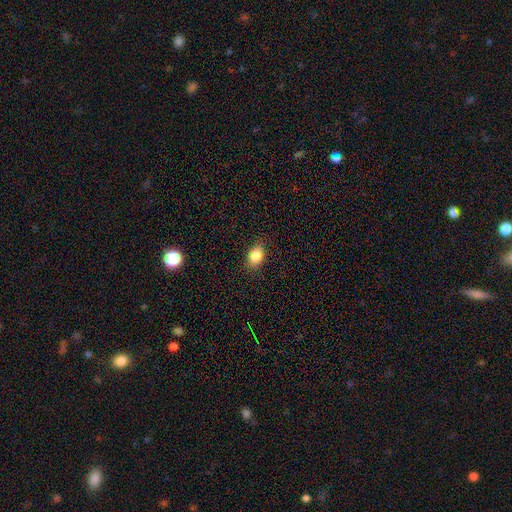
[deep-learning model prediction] Q: Smooth or featured?
A: smooth (85%); runner-up: star or artifact (9%)
Q: How rounded?
A: in between (76%); runner-up: round (22%)
Q: Merging?
A: none (84%); runner-up: minor disturbance (12%)